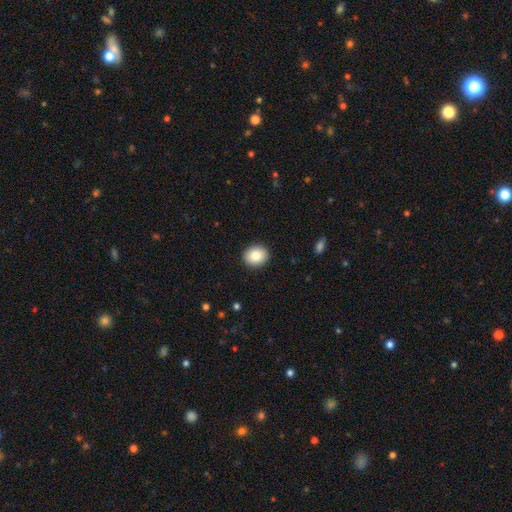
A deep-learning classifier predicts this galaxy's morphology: Smooth or featured: smooth — 84% (star or artifact — 8%)
How rounded: round — 66% (in between — 33%)
Merging: none — 91% (minor disturbance — 6%)